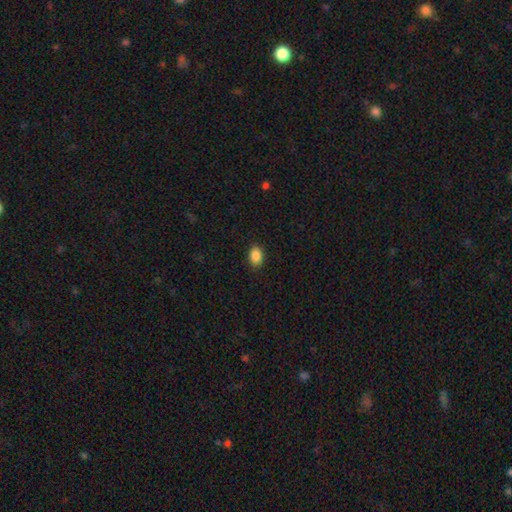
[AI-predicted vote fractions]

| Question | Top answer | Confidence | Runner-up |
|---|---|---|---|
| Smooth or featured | smooth | 88% | star or artifact (8%) |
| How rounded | in between | 82% | round (17%) |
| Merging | none | 88% | minor disturbance (9%) |